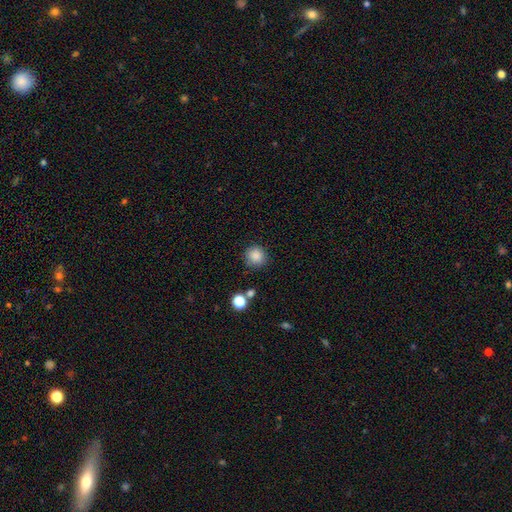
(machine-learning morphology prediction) Overall: smooth (86%). How rounded: round (92%). Merging: none (84%).